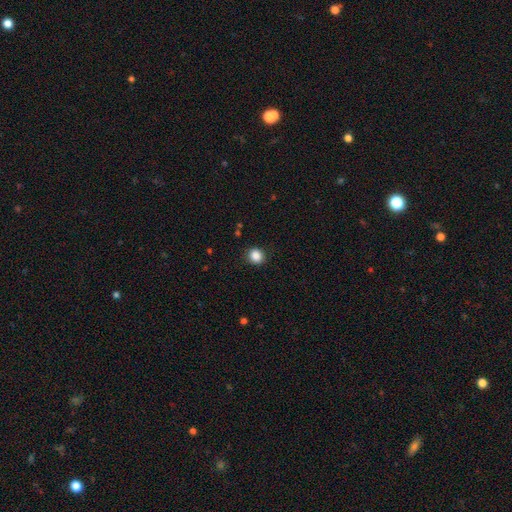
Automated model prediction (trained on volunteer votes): Smooth or featured? smooth (87%)
How rounded? round (82%)
Merging? none (89%)